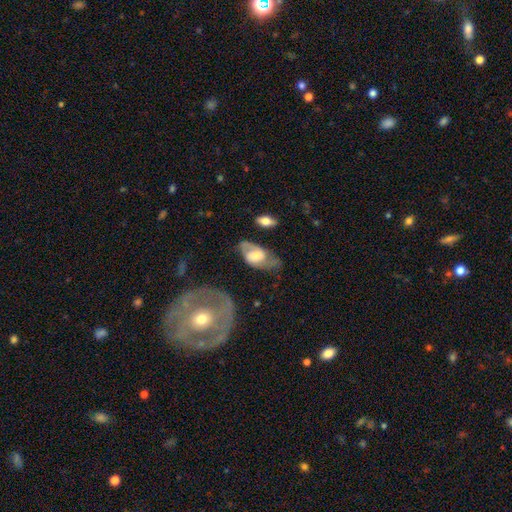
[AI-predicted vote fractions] Morphology: type=featured or disk (55%); edge-on=no (91%); merging=none (42%).